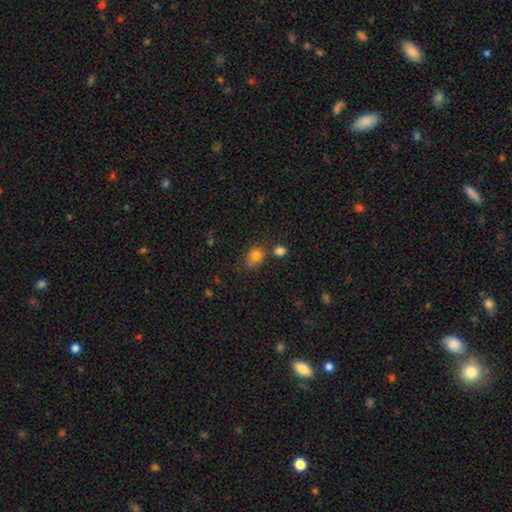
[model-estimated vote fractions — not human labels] Smooth or featured? Predicted: smooth (p=0.81). How rounded? Predicted: round (p=0.50). Merging? Predicted: none (p=0.60).